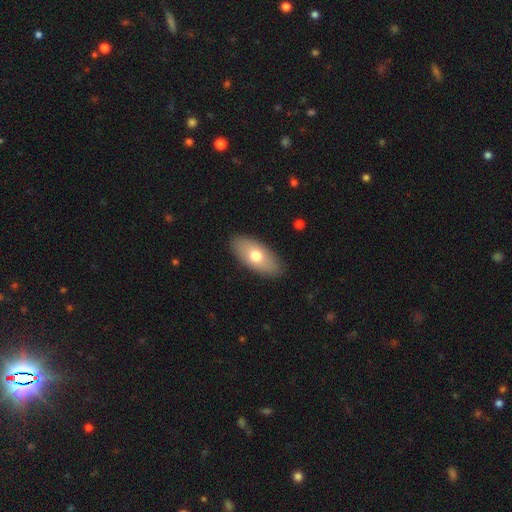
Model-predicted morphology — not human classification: A smooth galaxy with no disk features (69%) that is in between round and cigar-shaped (88%). Merging: none (88%).